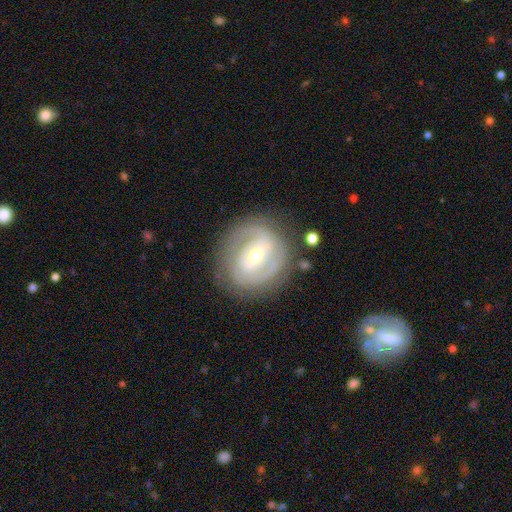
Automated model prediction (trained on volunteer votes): This is likely a featured or disk galaxy (76%). It is clearly not viewed edge-on (96%). Bar: marginally weak (42%). Spiral arm pattern: clearly yes (85%). Spiral arm count: likely 2 (65%). Spiral winding: possibly tight (55%). Central bulge: possibly small (52%). Merging: likely none (80%).